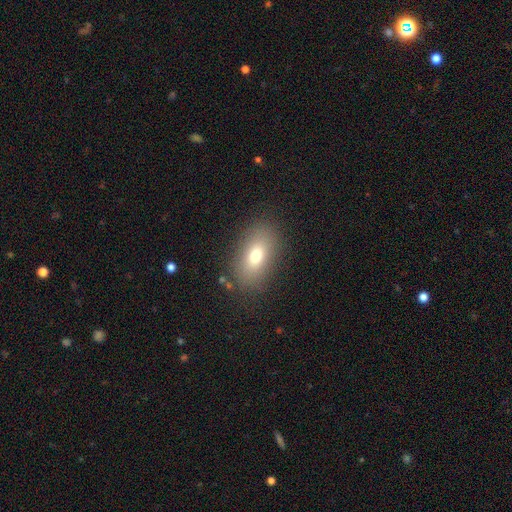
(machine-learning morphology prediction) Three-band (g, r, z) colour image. It shows a smooth galaxy with no disk features (72%) that is in between round and cigar-shaped (85%). Merging: none (84%).